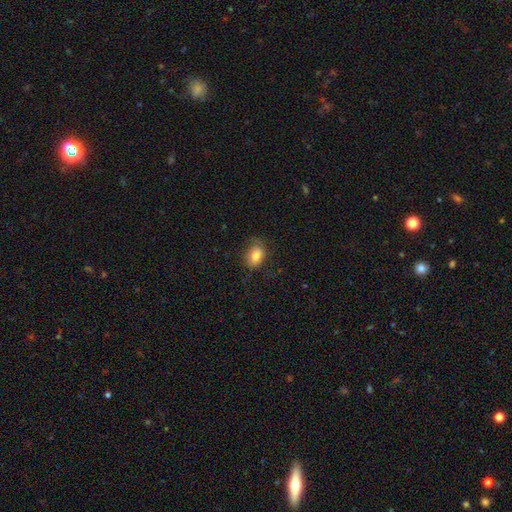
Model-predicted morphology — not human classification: Overall: smooth (80%). How rounded: in between (73%). Merging: none (69%).